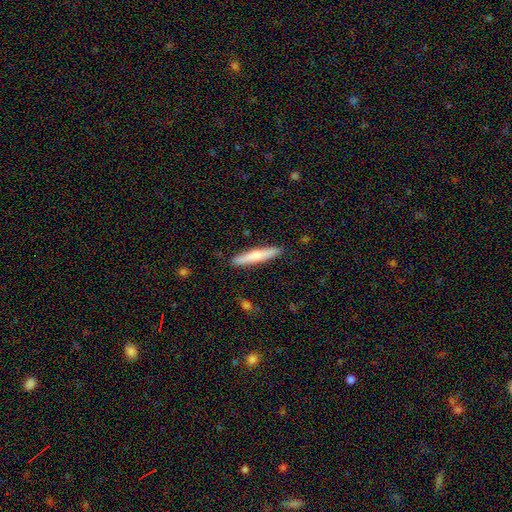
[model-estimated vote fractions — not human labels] The model was most divided on "smooth or featured": smooth: 65%, featured or disk: 29%, star or artifact: 5%. More confident: how rounded — cigar-shaped (93%); merging — none (90%).